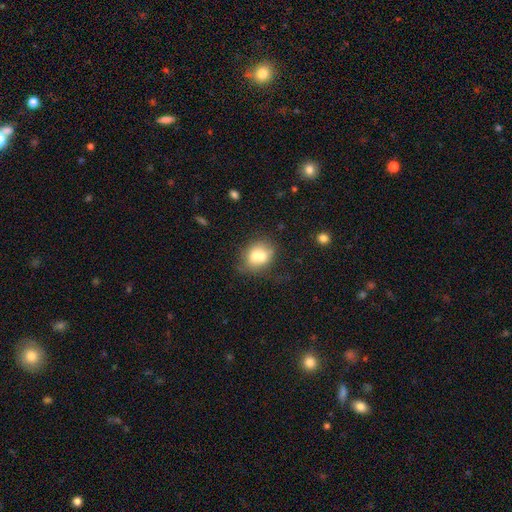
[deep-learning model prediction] Q: Smooth or featured?
A: smooth (67%); runner-up: featured or disk (24%)
Q: How rounded?
A: round (57%); runner-up: in between (42%)
Q: Merging?
A: merger (44%); runner-up: none (38%)